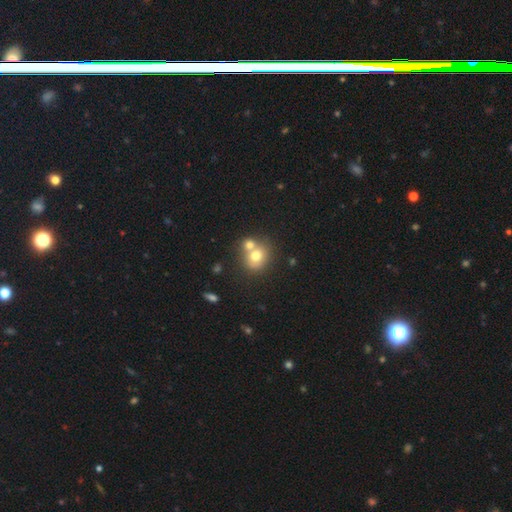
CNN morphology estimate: Overall: smooth (72%). How rounded: round (74%). Merging: merger (50%; none 38%).